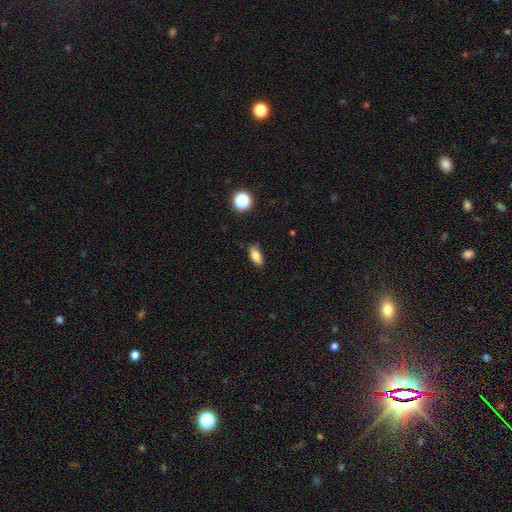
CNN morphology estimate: Smooth or featured: smooth — 79% (featured or disk — 12%)
How rounded: in between — 80% (cigar-shaped — 15%)
Merging: none — 81% (minor disturbance — 14%)